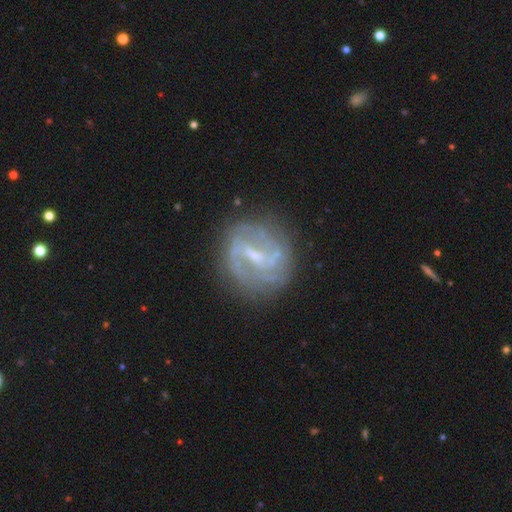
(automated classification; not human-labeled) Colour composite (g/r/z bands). It shows a featured or disk galaxy (82%) with a weak bar (51%), 2 (50%) medium (41%) spiral arms (84%) and a small central bulge (52%). Merging: none (72%).